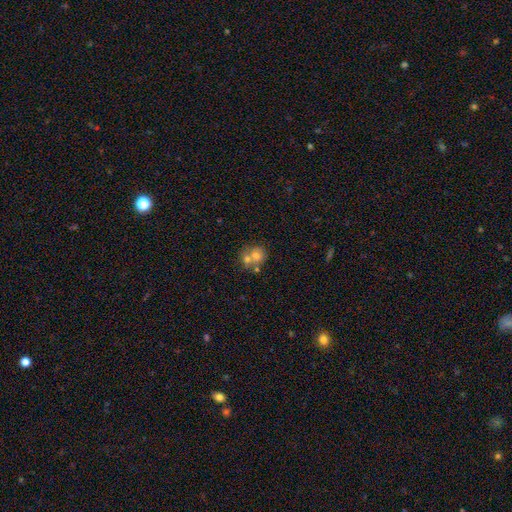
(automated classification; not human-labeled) smooth 66%, featured or disk 22%, star or artifact 12%. Down the decision tree: how rounded — round (79%); merging — merger (50%).